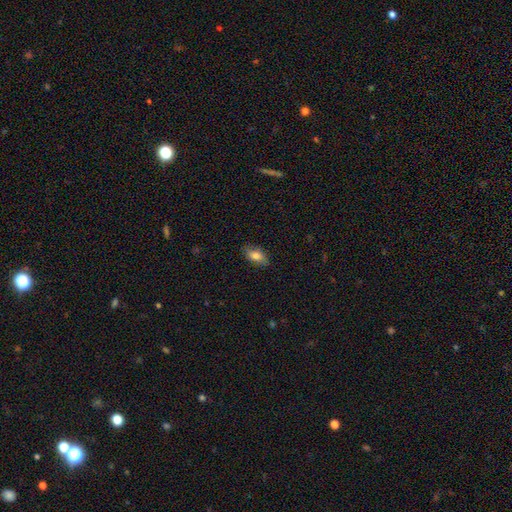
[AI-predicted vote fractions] Smooth or featured? Predicted: smooth (p=0.77). How rounded? Predicted: in between (p=0.89). Merging? Predicted: none (p=0.82).